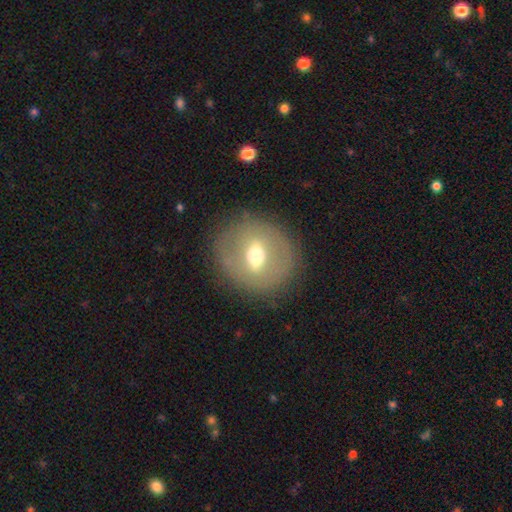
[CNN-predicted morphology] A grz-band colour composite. It shows a featured or disk galaxy (54%). Merging: none (84%).